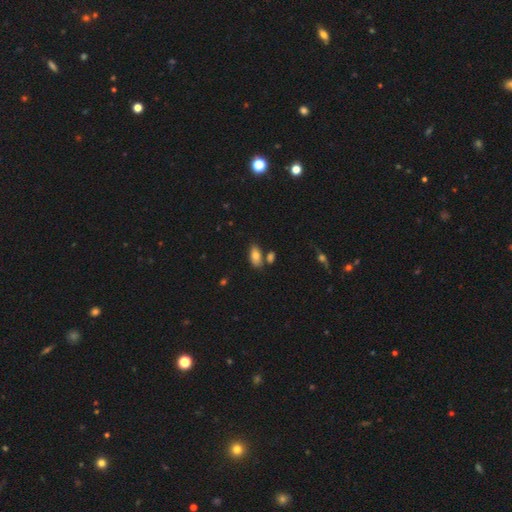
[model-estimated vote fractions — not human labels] A smooth galaxy with no disk features (79%) that is in between round and cigar-shaped (90%).

Vote fractions:
- Smooth or featured? smooth: 79% / featured or disk: 12% / star or artifact: 9%
- How rounded? in between: 90% / cigar-shaped: 6% / round: 4%
- Merging? none: 65% / merger: 16% / minor disturbance: 15% / major disturbance: 4%